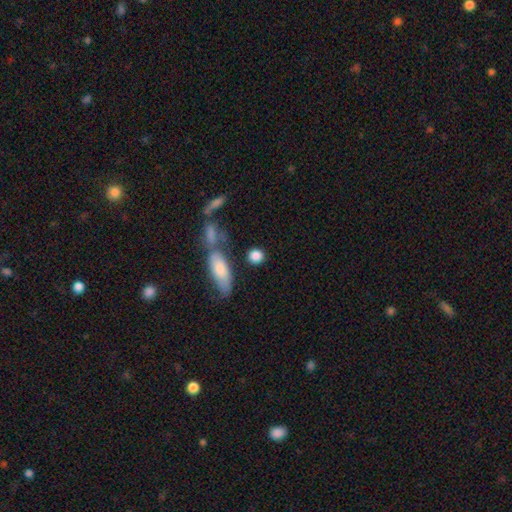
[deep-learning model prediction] Smooth or featured?
  - smooth: 85% *
  - star or artifact: 8%
  - featured or disk: 8%
How rounded?
  - round: 70% *
  - in between: 24%
  - cigar-shaped: 6%
Merging?
  - none: 72% *
  - merger: 12%
  - minor disturbance: 11%
  - major disturbance: 5%